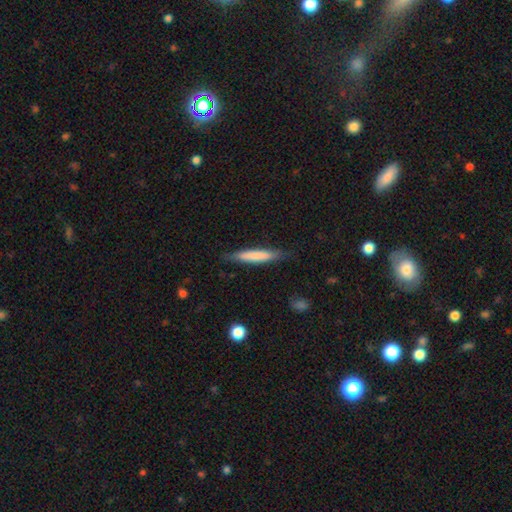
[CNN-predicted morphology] Smooth or featured: smooth — 72% (featured or disk — 23%)
How rounded: cigar-shaped — 91% (in between — 7%)
Merging: none — 82% (minor disturbance — 14%)